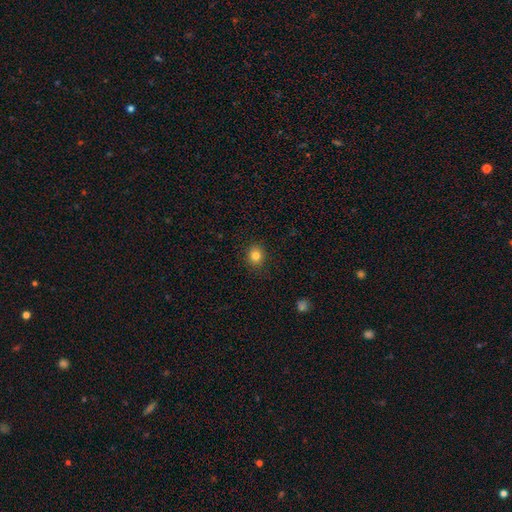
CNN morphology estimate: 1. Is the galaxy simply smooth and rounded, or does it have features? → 83% smooth, 11% star or artifact, 6% featured or disk.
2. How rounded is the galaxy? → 79% round, 21% in between, 1% cigar-shaped.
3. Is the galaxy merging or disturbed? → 89% none, 8% minor disturbance, 2% major disturbance, 1% merger.